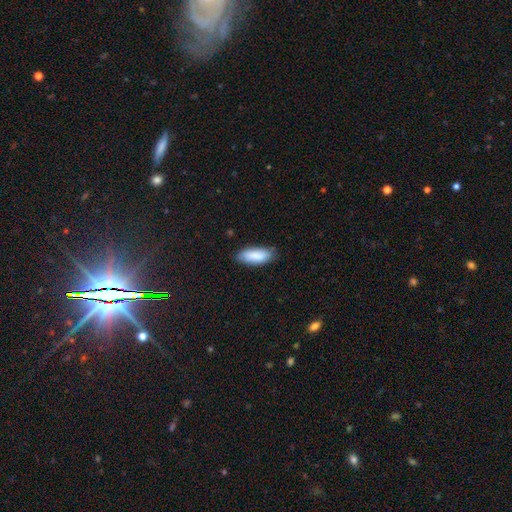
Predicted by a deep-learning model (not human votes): This is clearly a smooth galaxy (88%). How rounded: likely in between (77%). Merging: clearly none (83%).